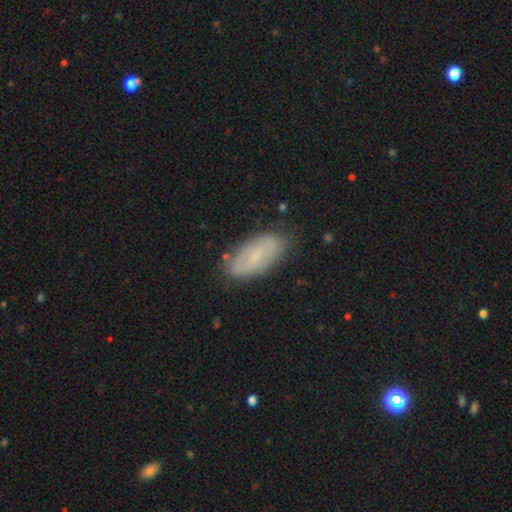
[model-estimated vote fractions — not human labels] smooth-or-featured: smooth: 54% | featured or disk: 36% | star or artifact: 9%
  how-rounded: in between: 87% | cigar-shaped: 10% | round: 3%
  merging: none: 80% | minor disturbance: 15% | major disturbance: 3% | merger: 2%